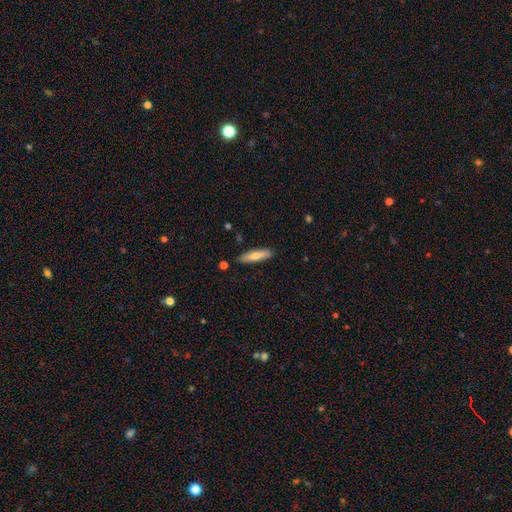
A smooth galaxy with no disk features (71%) that is cigar-shaped (70%). Merging: none (81%).